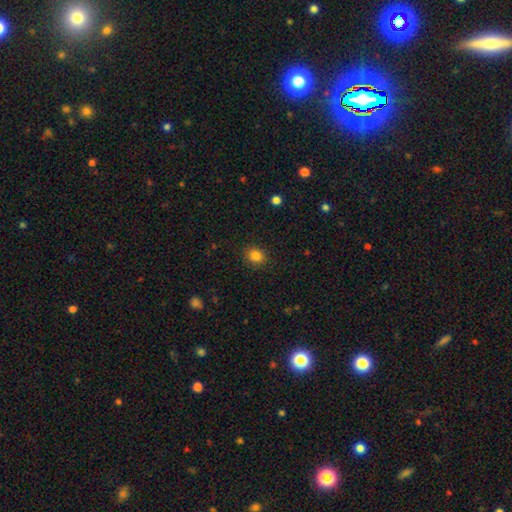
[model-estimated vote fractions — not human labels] A smooth galaxy with no disk features (84%) that is round (74%).

Vote fractions:
- Smooth or featured? smooth: 84% / star or artifact: 11% / featured or disk: 5%
- How rounded? round: 74% / in between: 25% / cigar-shaped: 1%
- Merging? none: 90% / minor disturbance: 7% / major disturbance: 2% / merger: 1%